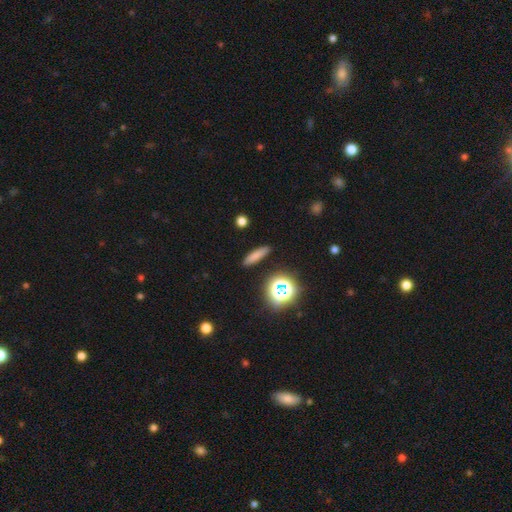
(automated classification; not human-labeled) Overall: smooth (73%). How rounded: cigar-shaped (78%). Merging: none (89%).